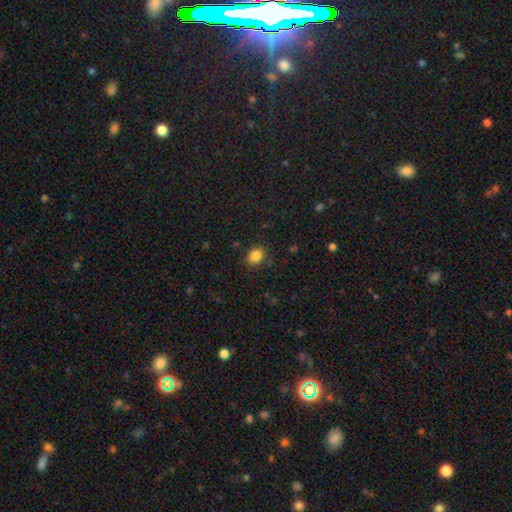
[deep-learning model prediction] Q: Smooth or featured?
A: smooth (84%); runner-up: star or artifact (10%)
Q: How rounded?
A: in between (65%); runner-up: round (34%)
Q: Merging?
A: none (84%); runner-up: minor disturbance (11%)